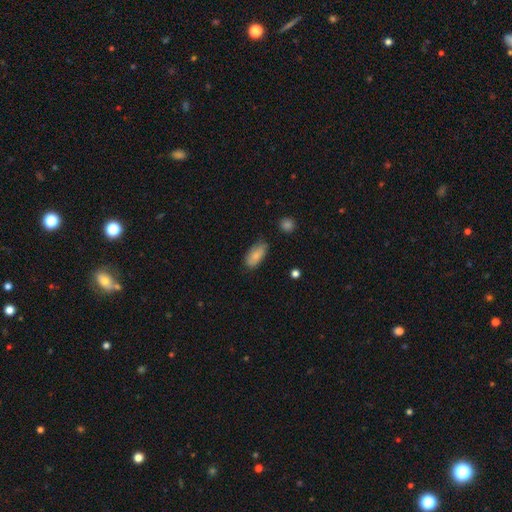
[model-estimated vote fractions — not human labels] Smooth or featured: smooth — 82% (featured or disk — 11%)
How rounded: in between — 90% (cigar-shaped — 8%)
Merging: none — 71% (minor disturbance — 23%)